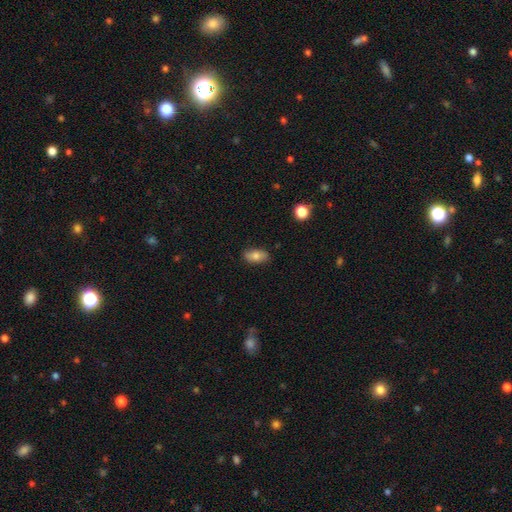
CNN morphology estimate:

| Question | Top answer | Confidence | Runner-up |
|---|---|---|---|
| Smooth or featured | smooth | 77% | featured or disk (15%) |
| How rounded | in between | 89% | cigar-shaped (6%) |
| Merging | none | 84% | minor disturbance (13%) |